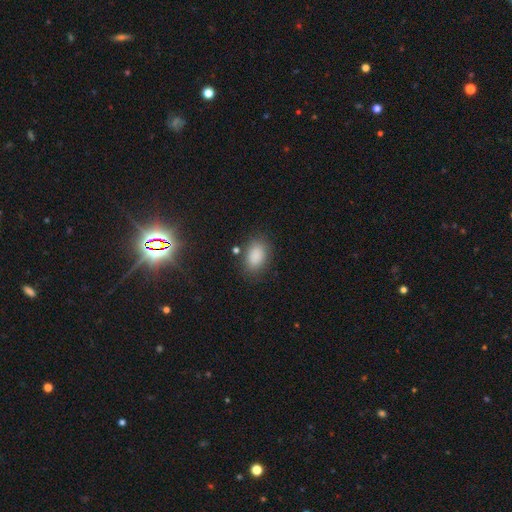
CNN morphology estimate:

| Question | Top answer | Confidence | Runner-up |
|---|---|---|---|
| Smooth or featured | smooth | 86% | star or artifact (9%) |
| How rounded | in between | 80% | round (19%) |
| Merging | none | 78% | minor disturbance (14%) |